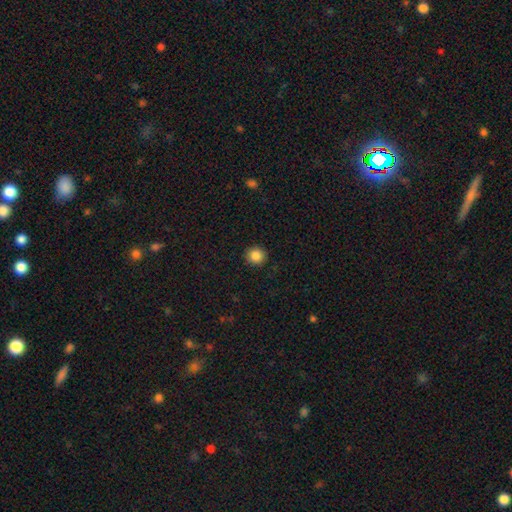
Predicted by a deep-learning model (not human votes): smooth 86%, star or artifact 10%, featured or disk 4%. Down the decision tree: how rounded — round (92%); merging — none (92%).